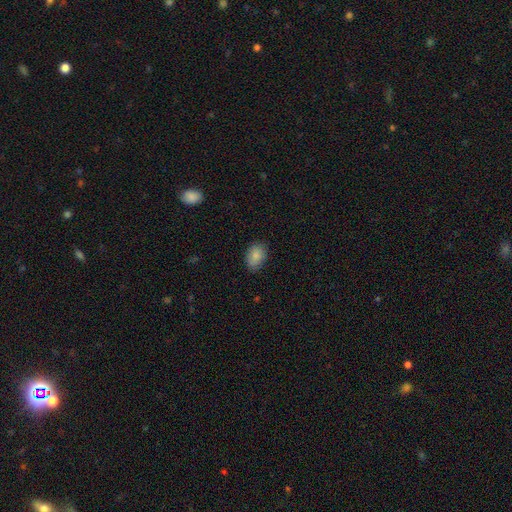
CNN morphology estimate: Q: Smooth or featured?
A: smooth (86%); runner-up: star or artifact (8%)
Q: How rounded?
A: in between (84%); runner-up: round (15%)
Q: Merging?
A: none (81%); runner-up: minor disturbance (15%)